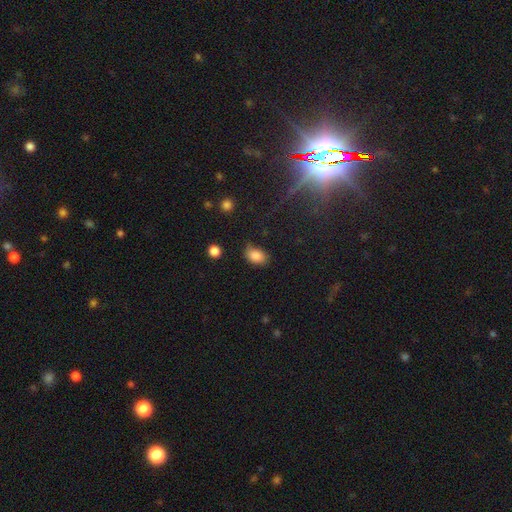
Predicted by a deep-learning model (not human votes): This appears to be a smooth galaxy with no disk features (85%) that is in between round and cigar-shaped (82%). Merging: none (68%).